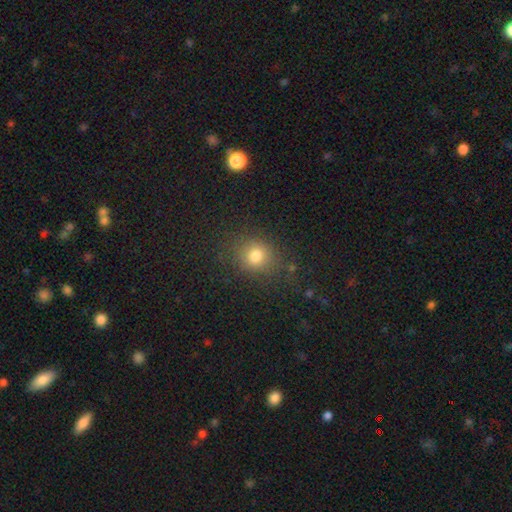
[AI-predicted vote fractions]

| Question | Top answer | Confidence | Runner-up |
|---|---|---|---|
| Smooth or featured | smooth | 77% | star or artifact (16%) |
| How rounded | round | 75% | in between (23%) |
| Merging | none | 81% | minor disturbance (11%) |